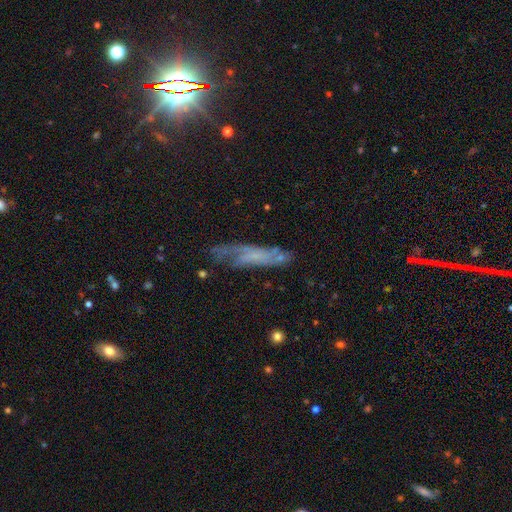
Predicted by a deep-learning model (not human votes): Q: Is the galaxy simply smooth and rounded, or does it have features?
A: featured or disk — 56%.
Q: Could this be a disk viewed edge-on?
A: no — 63%.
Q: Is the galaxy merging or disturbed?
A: none — 54%.